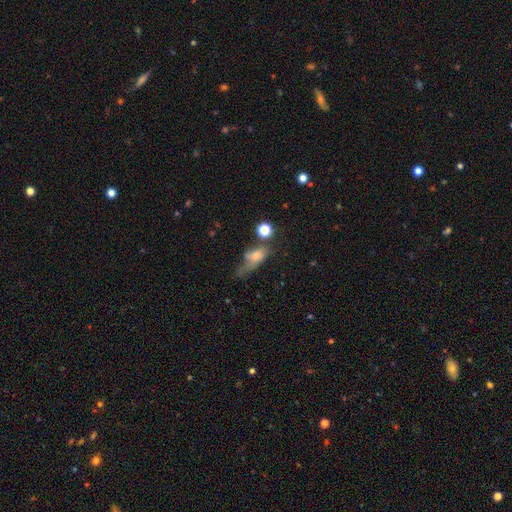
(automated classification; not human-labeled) smooth 58%, featured or disk 27%, star or artifact 15%. Down the decision tree: how rounded — in between (66%); merging — major disturbance (33%).